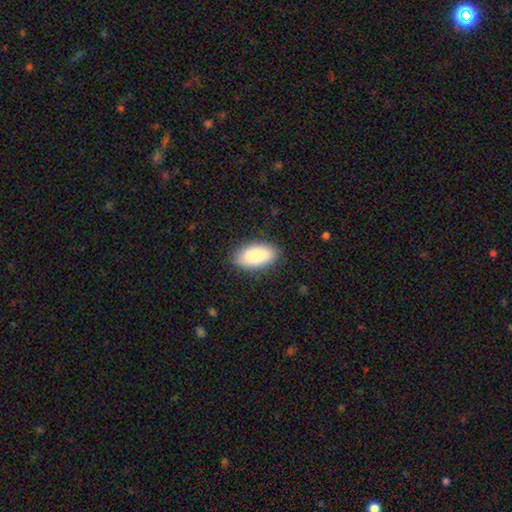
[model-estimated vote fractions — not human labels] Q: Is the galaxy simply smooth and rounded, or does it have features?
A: smooth — 87%.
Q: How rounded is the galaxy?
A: in between — 94%.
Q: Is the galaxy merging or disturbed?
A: none — 84%.